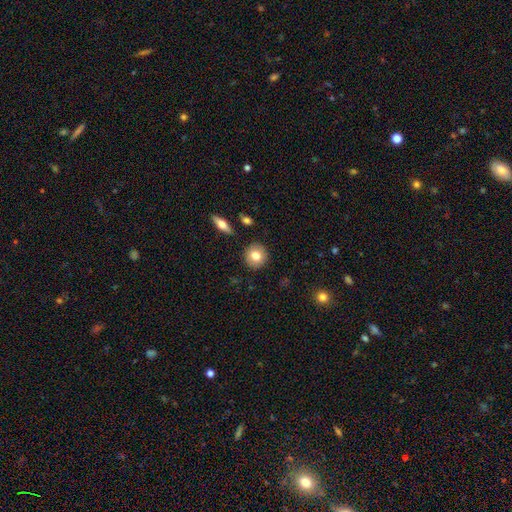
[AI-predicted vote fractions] The model was most divided on "smooth or featured": smooth: 77%, featured or disk: 15%, star or artifact: 8%. More confident: how rounded — round (91%); merging — none (89%).